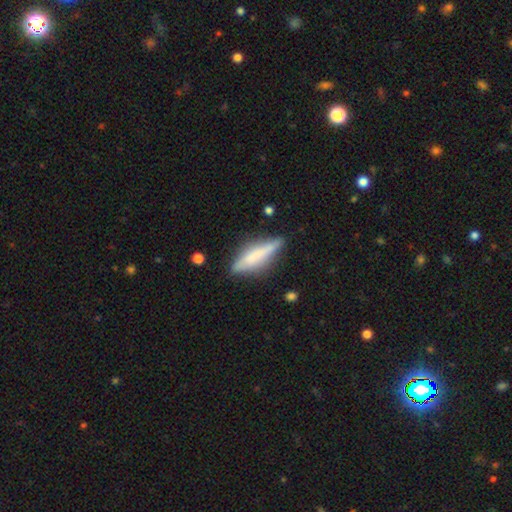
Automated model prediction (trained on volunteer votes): Morphology: type=smooth (48%); merging=none (76%).